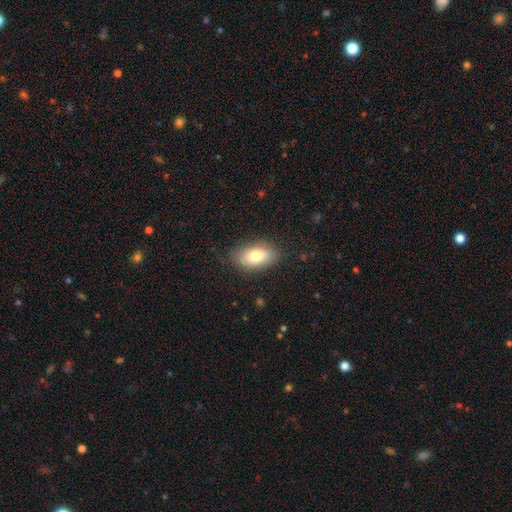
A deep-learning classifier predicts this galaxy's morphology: This is likely a smooth galaxy (77%). How rounded: clearly in between (90%). Merging: clearly none (82%).